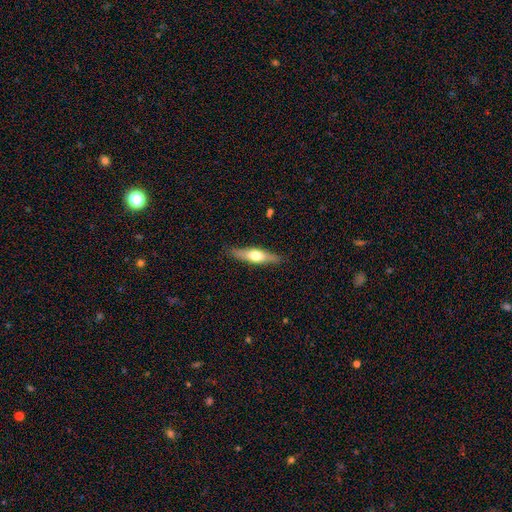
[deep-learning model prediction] Q: Smooth or featured?
A: featured or disk (50%); runner-up: smooth (44%)
Q: Edge-on disk?
A: yes (91%); runner-up: no (9%)
Q: Merging?
A: none (87%); runner-up: minor disturbance (10%)